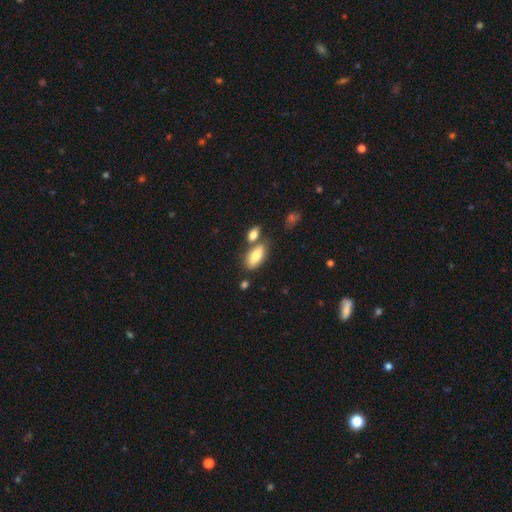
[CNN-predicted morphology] Overall: smooth (77%). How rounded: in between (86%). Merging: none (60%; merger 24%).